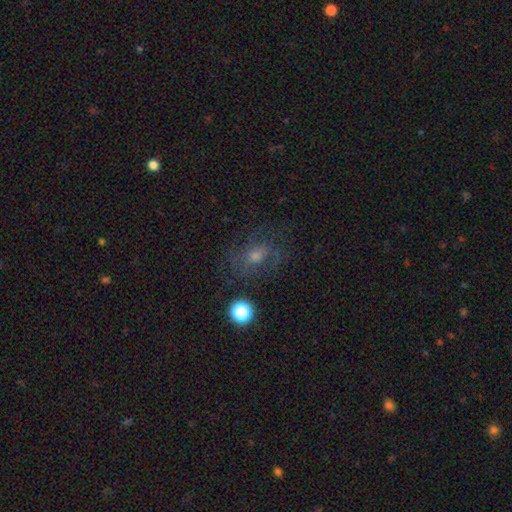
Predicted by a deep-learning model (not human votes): This appears to be a featured or disk galaxy (49%). Merging: none (61%).